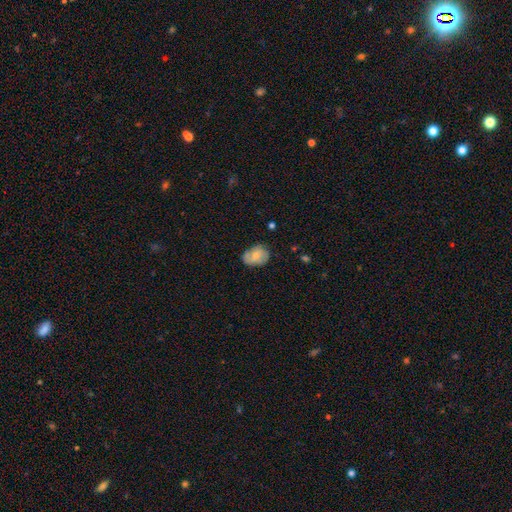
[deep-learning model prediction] Smooth or featured? smooth (58%)
How rounded? in between (70%)
Merging? none (62%)